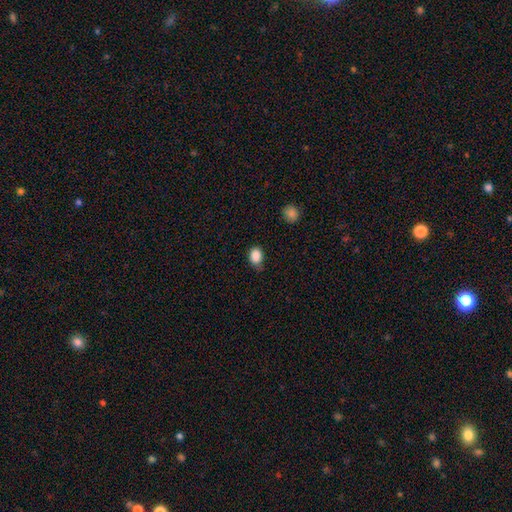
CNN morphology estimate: Smooth or featured? Predicted: smooth (p=0.88). How rounded? Predicted: in between (p=0.63). Merging? Predicted: none (p=0.63).